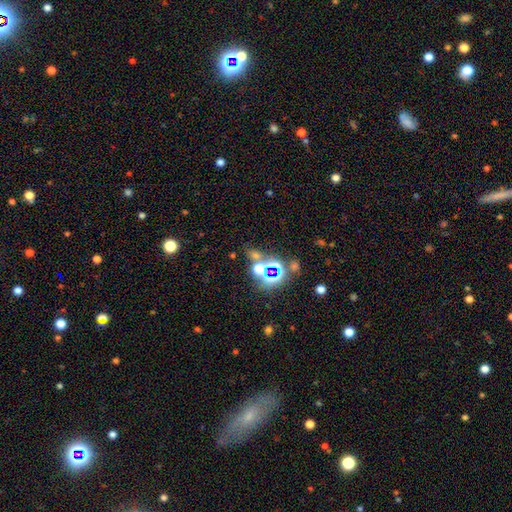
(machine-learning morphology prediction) This appears to be a star or artifact, not a galaxy (49%).